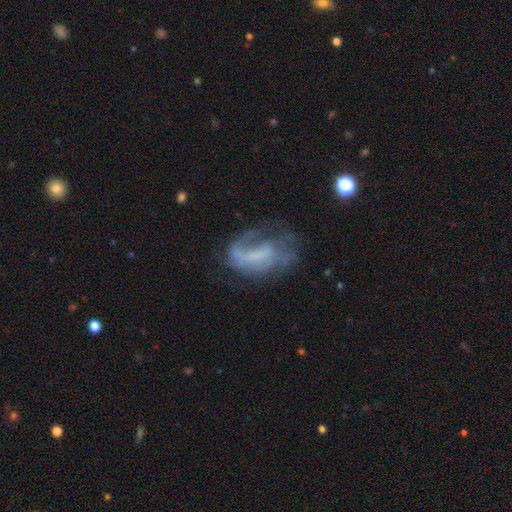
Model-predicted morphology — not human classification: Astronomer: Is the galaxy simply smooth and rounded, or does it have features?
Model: featured or disk — 63%.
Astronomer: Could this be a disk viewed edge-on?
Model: no — 95%.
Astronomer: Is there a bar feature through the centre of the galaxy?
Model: no — 47% (runner-up: weak, 34%).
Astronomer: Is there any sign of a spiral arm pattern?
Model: yes — 63%.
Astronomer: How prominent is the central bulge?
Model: none — 58%.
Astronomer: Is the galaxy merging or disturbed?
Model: none — 38% (runner-up: major disturbance, 36%).